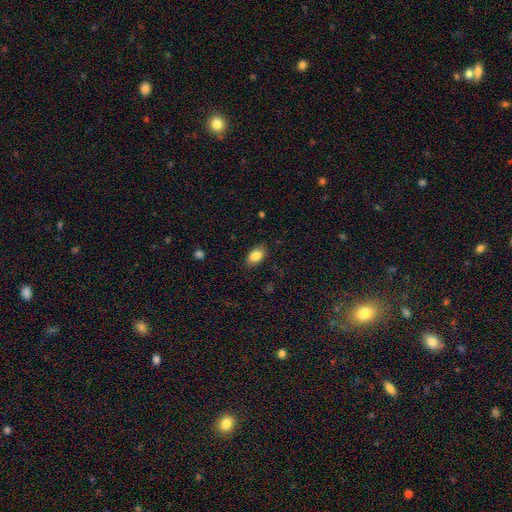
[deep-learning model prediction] Smooth or featured? smooth (85%)
How rounded? in between (86%)
Merging? none (83%)